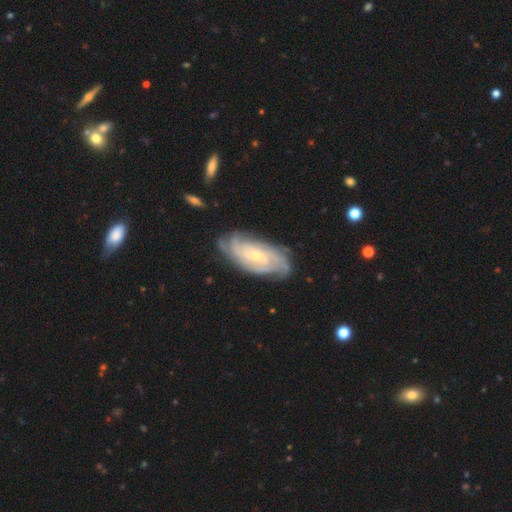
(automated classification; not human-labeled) Smooth or featured?
  - featured or disk: 85% *
  - smooth: 10%
  - star or artifact: 5%
Edge-on disk?
  - no: 94% *
  - yes: 6%
Bar?
  - no: 57% *
  - weak: 34%
  - strong: 9%
Spiral arms?
  - yes: 96% *
  - no: 4%
Spiral winding?
  - tight: 70% *
  - medium: 25%
  - loose: 5%
Spiral arm count?
  - can't tell: 34% *
  - 4: 25%
  - 3: 15%
  - 2: 11%
  - more than 4: 10%
  - 1: 6%
Bulge size?
  - small: 72% *
  - moderate: 24%
  - none: 2%
  - large: 1%
  - dominant: 1%
Merging?
  - none: 77% *
  - minor disturbance: 17%
  - major disturbance: 5%
  - merger: 2%